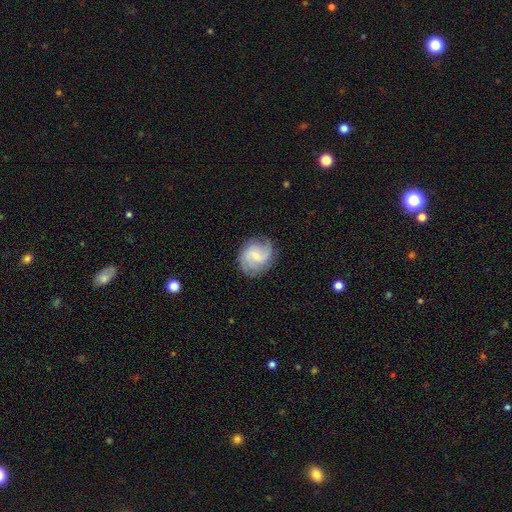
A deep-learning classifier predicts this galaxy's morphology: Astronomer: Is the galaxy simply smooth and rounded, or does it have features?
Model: featured or disk — 68%.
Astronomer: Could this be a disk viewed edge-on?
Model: no — 98%.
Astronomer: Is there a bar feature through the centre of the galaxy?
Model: weak — 55% (runner-up: no, 34%).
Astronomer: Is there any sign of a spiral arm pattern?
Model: yes — 94%.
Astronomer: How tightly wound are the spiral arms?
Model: medium — 47% (runner-up: tight, 28%).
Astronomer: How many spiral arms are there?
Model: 2 — 53%.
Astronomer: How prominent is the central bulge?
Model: small — 50% (runner-up: moderate, 25%).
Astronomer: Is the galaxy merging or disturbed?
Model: none — 77%.